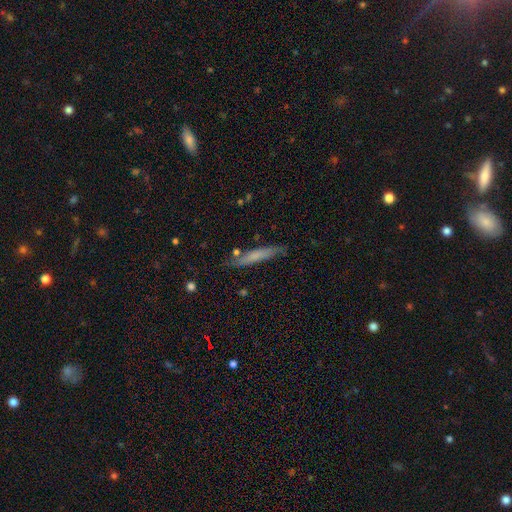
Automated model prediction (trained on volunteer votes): smooth_or_featured: smooth (p=0.63) [alt: featured or disk p=0.30]
how_rounded: cigar-shaped (p=0.92) [alt: in between p=0.07]
merging: none (p=0.78) [alt: minor disturbance p=0.16]